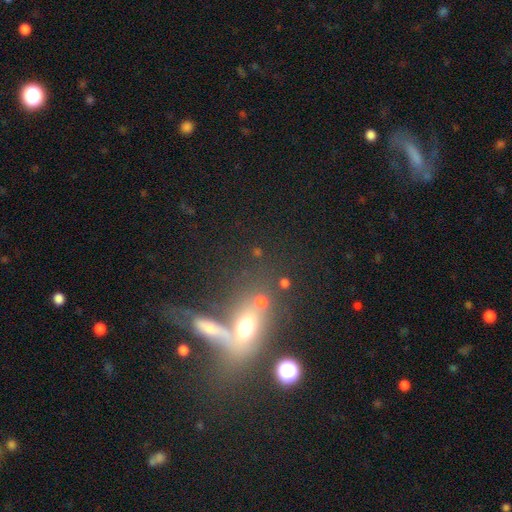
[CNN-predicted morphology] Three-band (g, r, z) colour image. It shows a smooth galaxy with no disk features (45%). Merging: merger (46%).